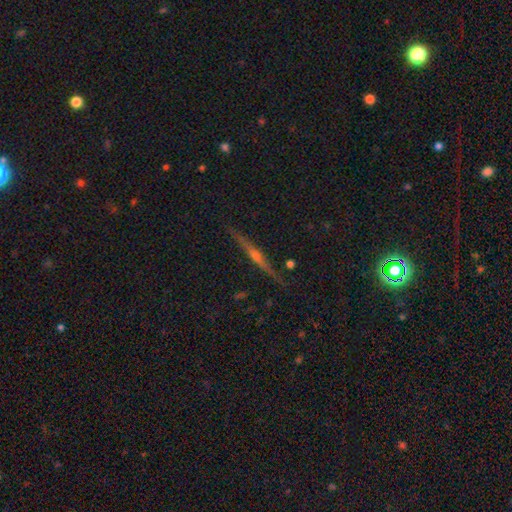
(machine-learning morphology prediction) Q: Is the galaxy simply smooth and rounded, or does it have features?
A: featured or disk — 78%.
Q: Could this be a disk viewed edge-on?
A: yes — 98%.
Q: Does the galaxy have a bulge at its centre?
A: rounded — 82%.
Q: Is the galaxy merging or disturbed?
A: none — 90%.